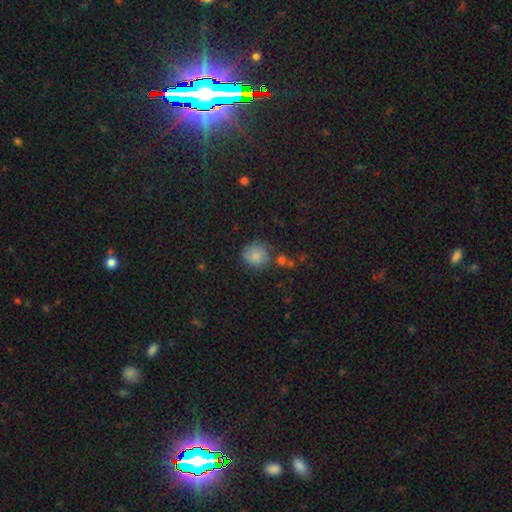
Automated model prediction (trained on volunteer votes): A smooth galaxy with no disk features (76%) that is round (83%). Merging: none (64%).